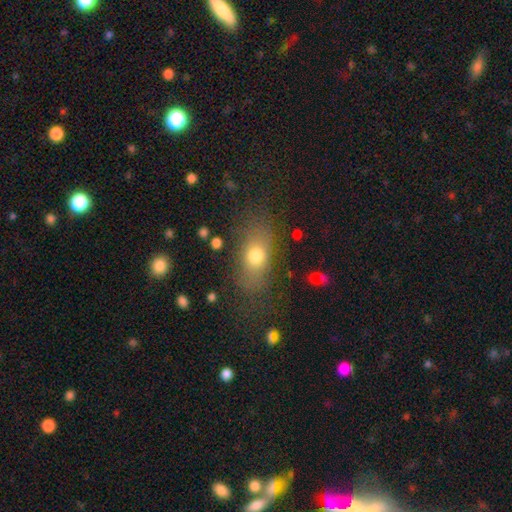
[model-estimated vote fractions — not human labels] Morphology: type=smooth (72%); roundness=in between (77%); merging=none (71%).